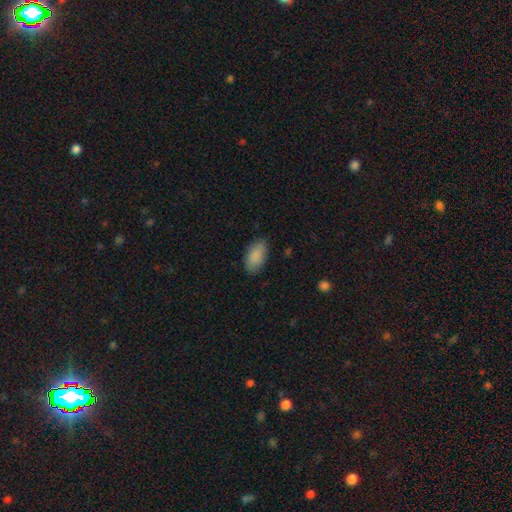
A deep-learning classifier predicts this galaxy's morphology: This appears to be a smooth galaxy with no disk features (88%) that is in between round and cigar-shaped (94%). Merging: none (80%).